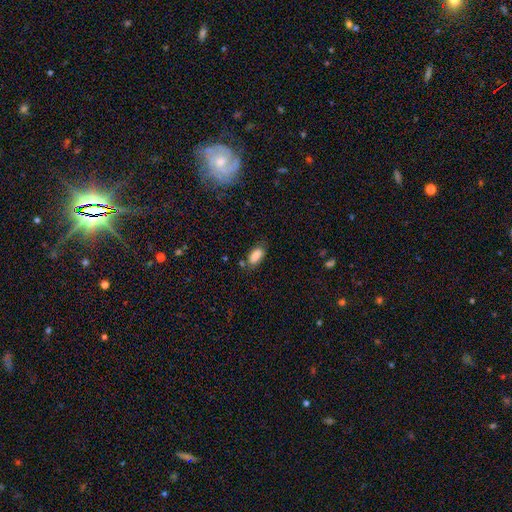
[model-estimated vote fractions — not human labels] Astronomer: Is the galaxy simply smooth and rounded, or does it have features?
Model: smooth — 85%.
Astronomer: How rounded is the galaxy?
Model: in between — 90%.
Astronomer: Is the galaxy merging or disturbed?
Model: none — 71%.